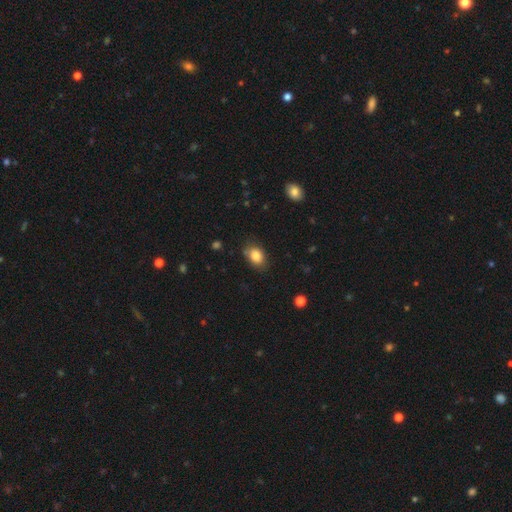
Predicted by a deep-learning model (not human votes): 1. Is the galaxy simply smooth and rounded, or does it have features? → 84% smooth, 9% star or artifact, 7% featured or disk.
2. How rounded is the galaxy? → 72% in between, 27% round, 1% cigar-shaped.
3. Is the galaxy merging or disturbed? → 75% none, 19% minor disturbance, 5% major disturbance, 2% merger.